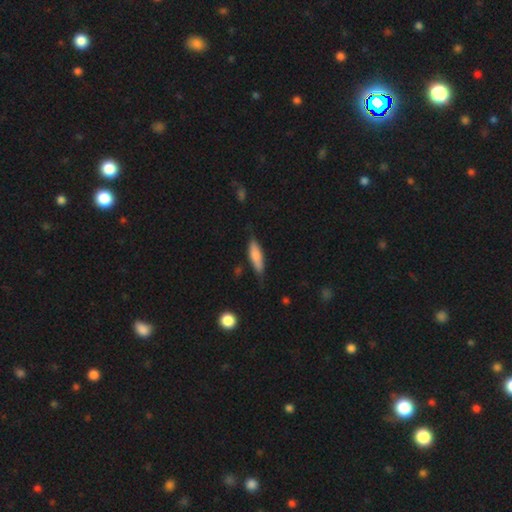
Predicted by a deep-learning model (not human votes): Smooth or featured: smooth — 75% (featured or disk — 19%)
How rounded: cigar-shaped — 63% (in between — 35%)
Merging: none — 71% (minor disturbance — 22%)